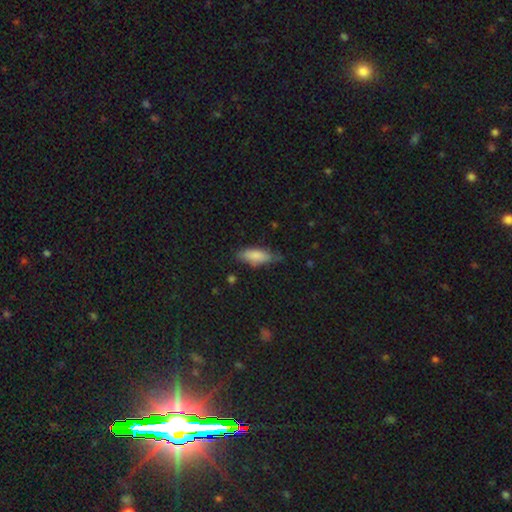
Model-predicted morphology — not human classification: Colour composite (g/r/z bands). It shows a smooth galaxy with no disk features (82%) that is in between round and cigar-shaped (67%). Merging: none (61%).